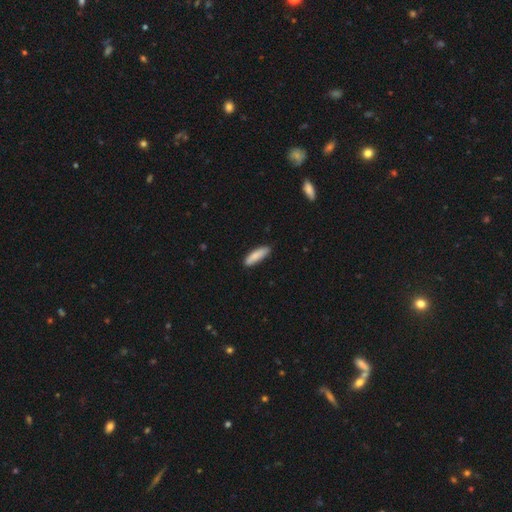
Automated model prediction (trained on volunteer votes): smooth 85%, featured or disk 9%, star or artifact 6%. Down the decision tree: how rounded — cigar-shaped (62%); merging — none (85%).